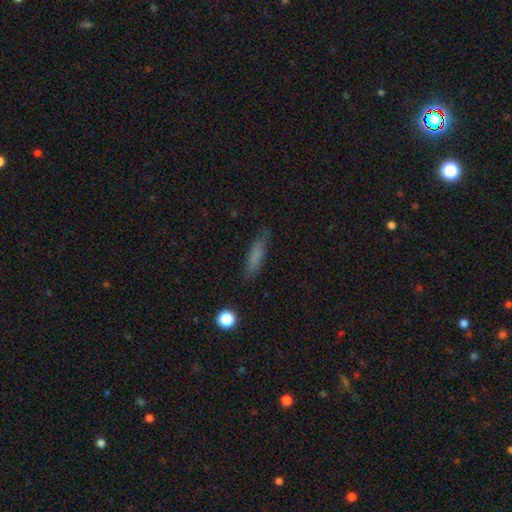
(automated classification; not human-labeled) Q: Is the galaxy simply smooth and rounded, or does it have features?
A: smooth — 73%.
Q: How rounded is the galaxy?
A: cigar-shaped — 76%.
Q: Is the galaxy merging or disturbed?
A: none — 79%.